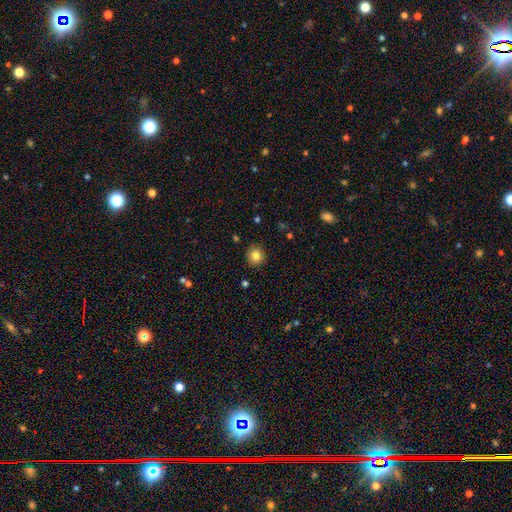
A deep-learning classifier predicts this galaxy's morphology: The model was most divided on "smooth or featured": smooth: 82%, star or artifact: 10%, featured or disk: 8%. More confident: merging — none (90%); how rounded — round (87%).